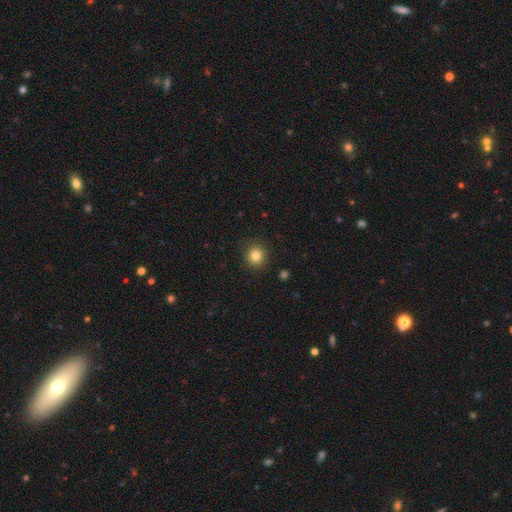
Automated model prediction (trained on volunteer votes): smooth_or_featured: smooth (p=0.83) [alt: star or artifact p=0.11]
how_rounded: round (p=0.90) [alt: in between p=0.09]
merging: none (p=0.91) [alt: minor disturbance p=0.06]